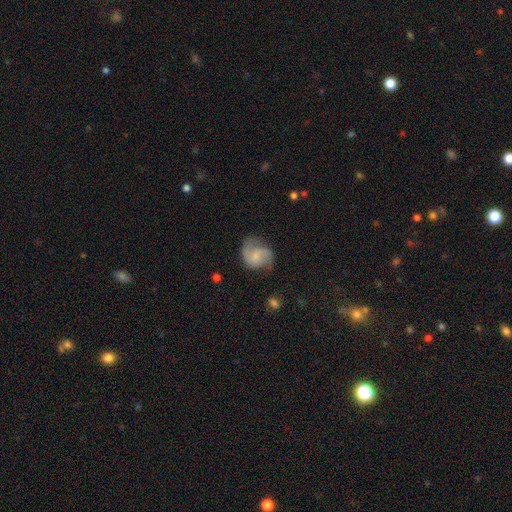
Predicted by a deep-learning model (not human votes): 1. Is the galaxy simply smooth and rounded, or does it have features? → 56% featured or disk, 36% smooth, 7% star or artifact.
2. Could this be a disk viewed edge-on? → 98% no, 2% yes.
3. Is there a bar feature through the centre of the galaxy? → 58% no, 36% weak, 6% strong.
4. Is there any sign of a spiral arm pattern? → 89% yes, 11% no.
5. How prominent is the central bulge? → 48% small, 25% moderate, 23% none, 3% large, 1% dominant.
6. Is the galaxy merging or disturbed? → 58% none, 26% minor disturbance, 14% major disturbance, 2% merger.